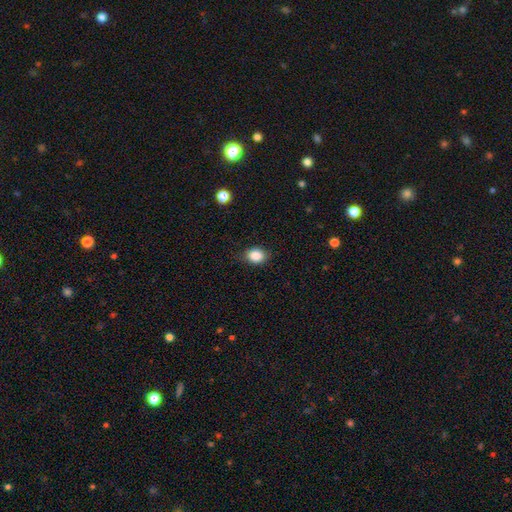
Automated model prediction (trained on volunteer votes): smooth 86%, star or artifact 9%, featured or disk 4%. Down the decision tree: how rounded — round (52%); merging — none (79%).